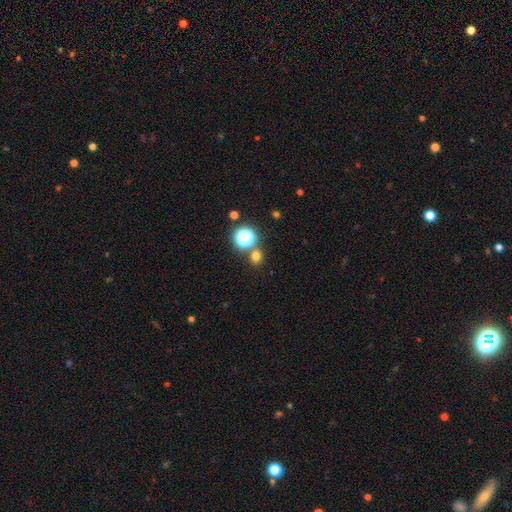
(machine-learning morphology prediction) Smooth or featured?
  - smooth: 69% *
  - star or artifact: 25%
  - featured or disk: 6%
How rounded?
  - round: 86% *
  - in between: 13%
  - cigar-shaped: 1%
Merging?
  - none: 75% *
  - merger: 14%
  - minor disturbance: 7%
  - major disturbance: 3%